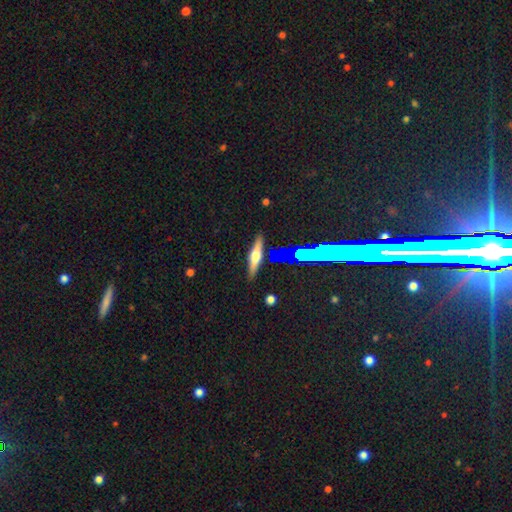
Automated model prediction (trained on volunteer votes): A featured or disk galaxy (53%) viewed edge-on (93%).

Vote fractions:
- Smooth or featured? featured or disk: 53% / smooth: 37% / star or artifact: 10%
- Edge-on disk? yes: 93% / no: 7%
- Merging? none: 84% / minor disturbance: 11% / merger: 3% / major disturbance: 3%